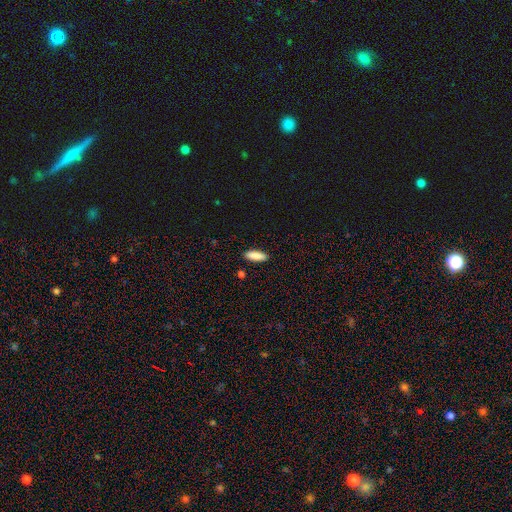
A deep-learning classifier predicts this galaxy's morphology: Overall: smooth (88%). How rounded: in between (61%; cigar-shaped 37%). Merging: none (89%).